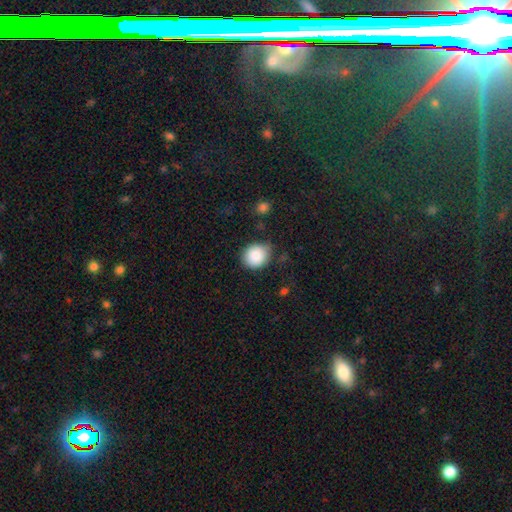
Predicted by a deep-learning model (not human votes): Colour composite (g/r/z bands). It shows a smooth galaxy with no disk features (86%) that is round (77%). Merging: none (76%).